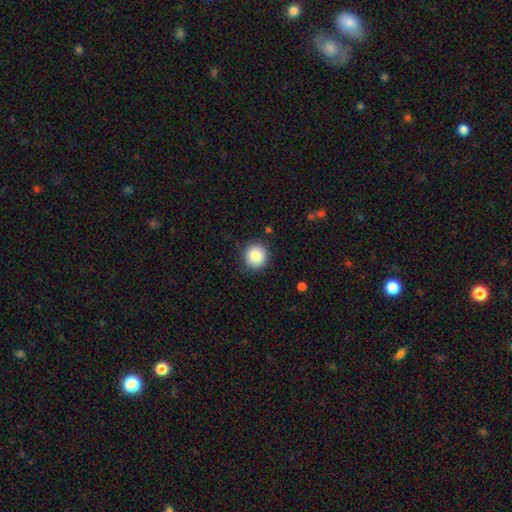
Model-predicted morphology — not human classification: Smooth or featured: smooth — 84% (star or artifact — 9%)
How rounded: round — 94% (in between — 5%)
Merging: none — 89% (minor disturbance — 8%)